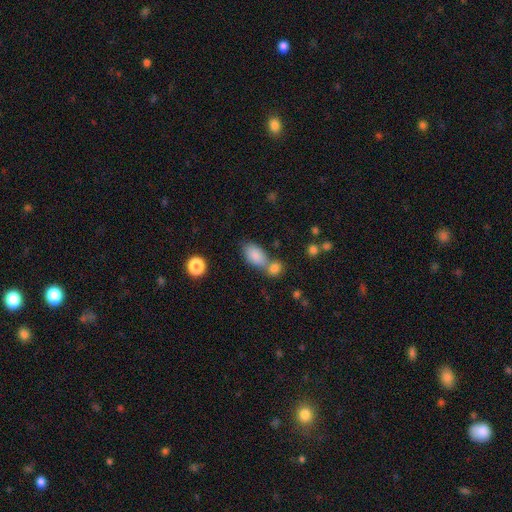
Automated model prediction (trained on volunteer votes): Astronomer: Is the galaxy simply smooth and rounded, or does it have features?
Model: smooth — 85%.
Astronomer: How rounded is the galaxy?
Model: in between — 90%.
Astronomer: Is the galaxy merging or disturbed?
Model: none — 45% (runner-up: merger, 38%).